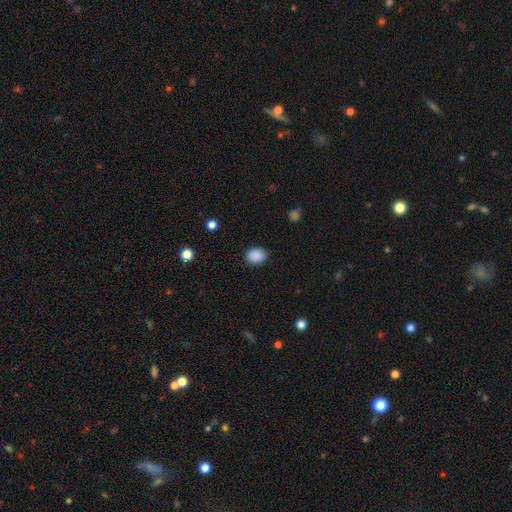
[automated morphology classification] smooth_or_featured: smooth (p=0.89) [alt: star or artifact p=0.09]
how_rounded: round (p=0.51) [alt: in between p=0.48]
merging: none (p=0.87) [alt: minor disturbance p=0.09]